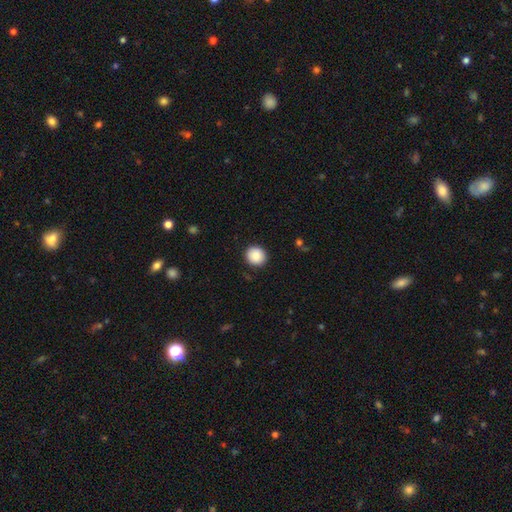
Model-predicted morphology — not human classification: Smooth or featured: smooth — 86% (star or artifact — 8%)
How rounded: round — 89% (in between — 10%)
Merging: none — 90% (minor disturbance — 7%)